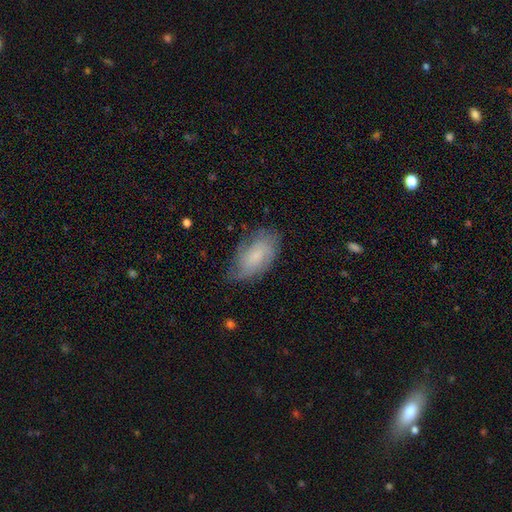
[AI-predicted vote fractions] This is possibly a featured or disk galaxy (47%). Merging: likely none (64%).